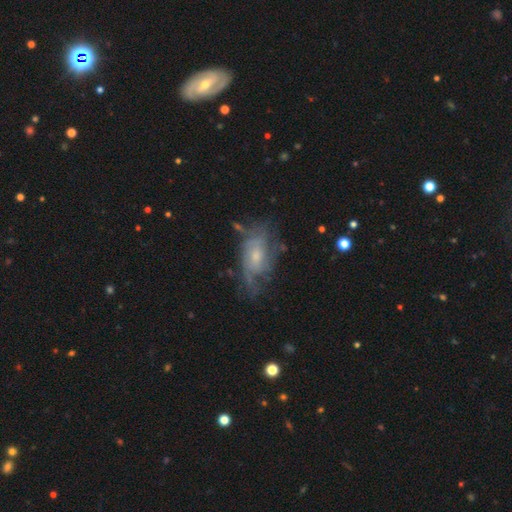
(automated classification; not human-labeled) Q: Smooth or featured?
A: featured or disk (68%); runner-up: smooth (24%)
Q: Edge-on disk?
A: no (93%); runner-up: yes (7%)
Q: Bar?
A: no (68%); runner-up: weak (28%)
Q: Spiral arms?
A: yes (75%); runner-up: no (25%)
Q: Bulge size?
A: small (50%); runner-up: moderate (40%)
Q: Merging?
A: none (53%); runner-up: minor disturbance (26%)